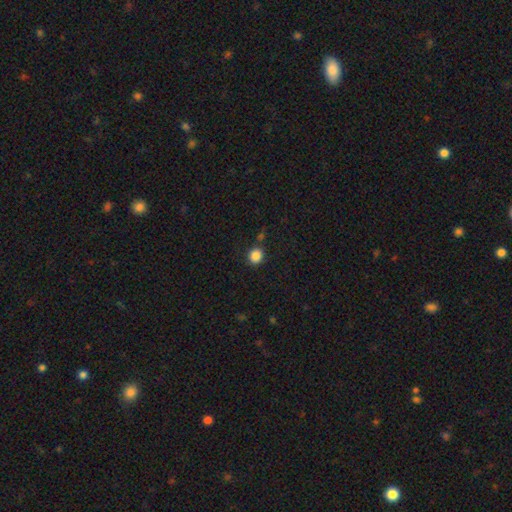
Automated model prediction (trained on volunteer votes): Smooth or featured: smooth — 86% (star or artifact — 11%)
How rounded: round — 86% (in between — 13%)
Merging: none — 84% (minor disturbance — 9%)